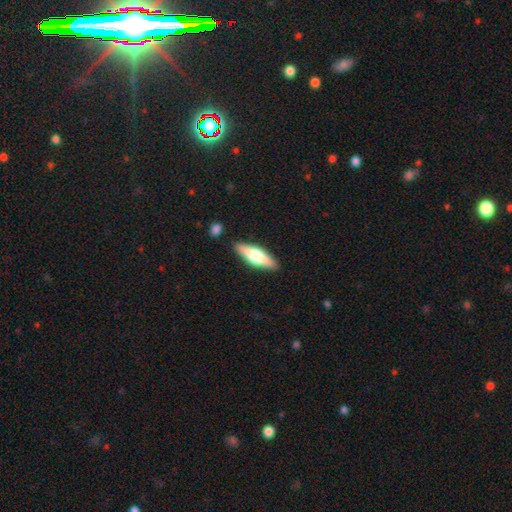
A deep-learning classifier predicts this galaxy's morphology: smooth_or_featured: smooth (p=0.52) [alt: featured or disk p=0.43]
how_rounded: cigar-shaped (p=0.54) [alt: in between p=0.44]
merging: none (p=0.86) [alt: minor disturbance p=0.09]